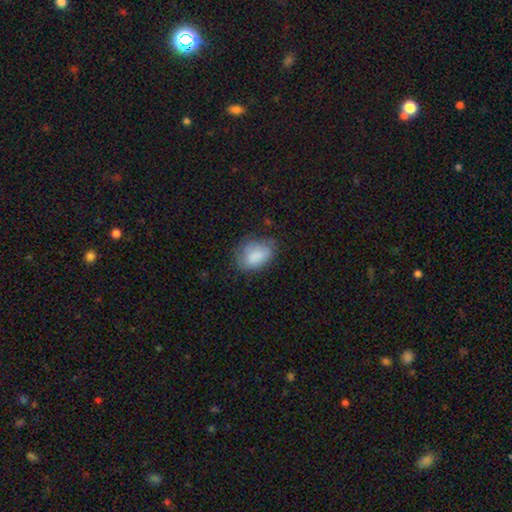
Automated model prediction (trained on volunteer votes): Morphology: type=smooth (81%); roundness=in between (83%); merging=none (55%).